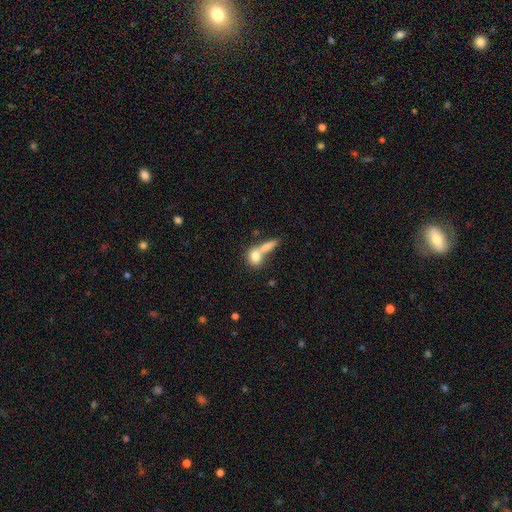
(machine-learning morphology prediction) This appears to be a smooth galaxy with no disk features (76%) that is round (58%). Merging: merger (55%).